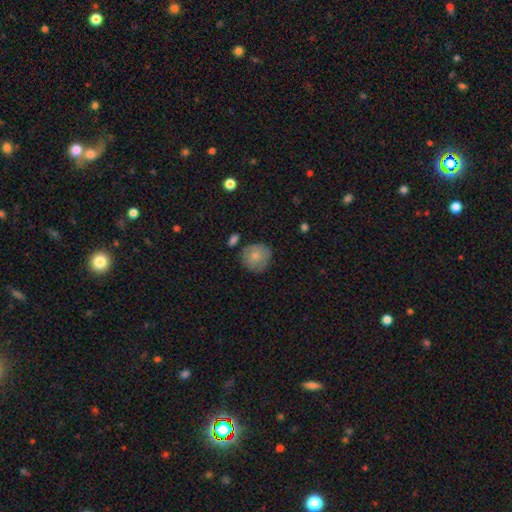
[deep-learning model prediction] This is likely a smooth galaxy (78%). How rounded: clearly round (88%). Merging: likely none (73%).